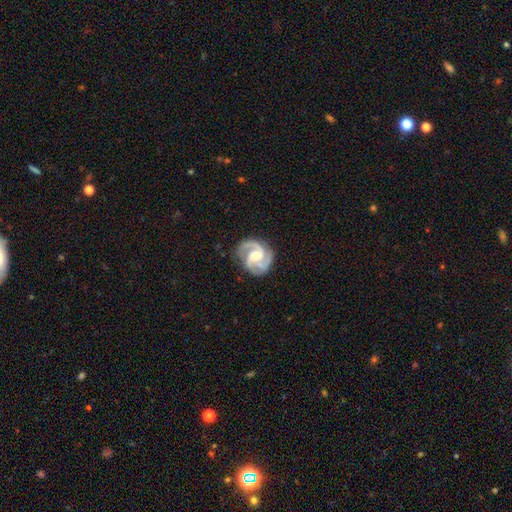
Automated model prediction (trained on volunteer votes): Q: Smooth or featured?
A: featured or disk (92%); runner-up: smooth (4%)
Q: Edge-on disk?
A: no (98%); runner-up: yes (2%)
Q: Bar?
A: no (51%); runner-up: weak (37%)
Q: Spiral arms?
A: yes (99%); runner-up: no (1%)
Q: Spiral winding?
A: medium (50%); runner-up: tight (44%)
Q: Spiral arm count?
A: 3 (67%); runner-up: 2 (21%)
Q: Bulge size?
A: moderate (51%); runner-up: small (40%)
Q: Merging?
A: none (80%); runner-up: minor disturbance (14%)